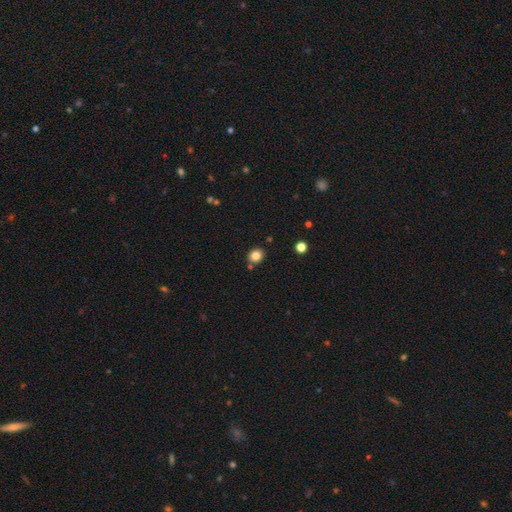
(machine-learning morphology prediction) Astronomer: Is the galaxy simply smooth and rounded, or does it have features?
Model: smooth — 82%.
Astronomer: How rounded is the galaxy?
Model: round — 75%.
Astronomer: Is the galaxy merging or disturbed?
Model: none — 80%.